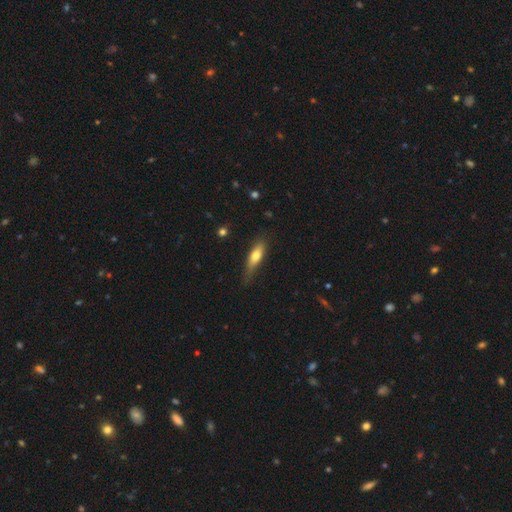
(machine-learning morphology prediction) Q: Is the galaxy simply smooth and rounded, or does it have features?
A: smooth — 68%.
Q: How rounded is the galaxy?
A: cigar-shaped — 54%.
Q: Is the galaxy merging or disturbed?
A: none — 62%.